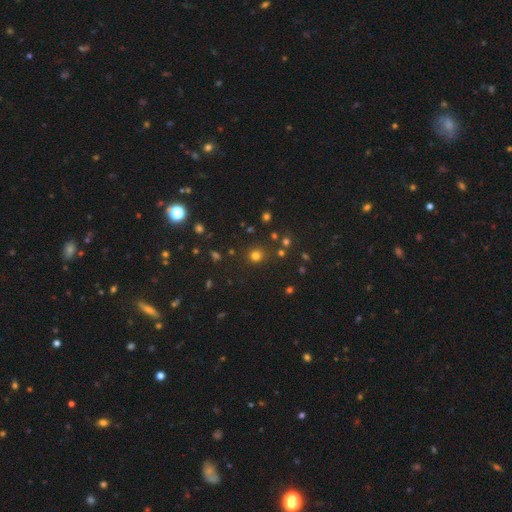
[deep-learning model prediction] Overall: smooth (72%). How rounded: round (92%). Merging: none (86%).